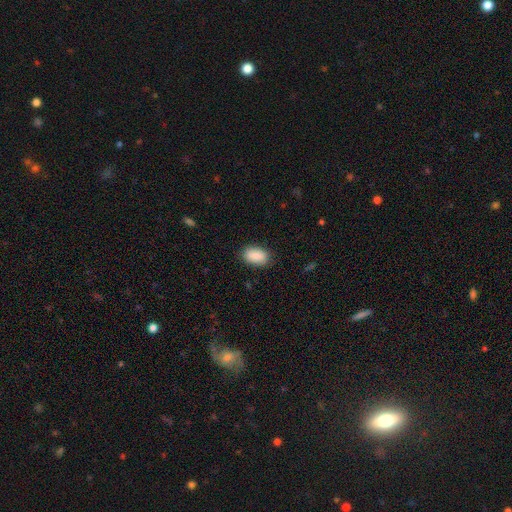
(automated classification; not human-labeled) Smooth or featured: smooth — 89% (star or artifact — 6%)
How rounded: in between — 92% (round — 6%)
Merging: none — 85% (minor disturbance — 11%)